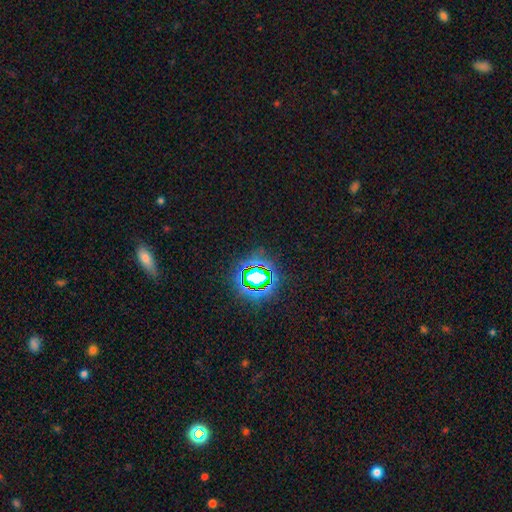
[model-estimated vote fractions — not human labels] Morphology: type=star or artifact (71%).